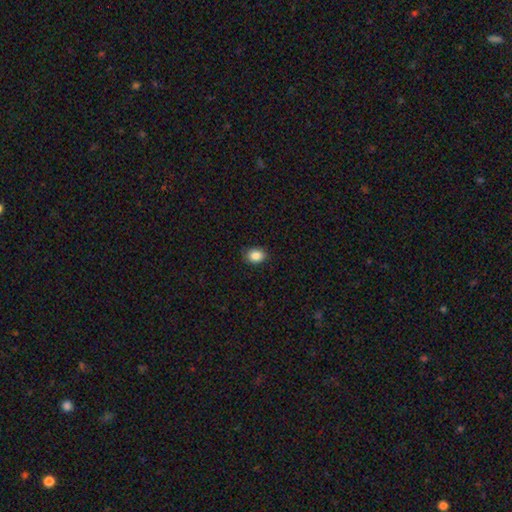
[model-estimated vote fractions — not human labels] Morphology: type=smooth (86%); roundness=in between (55%); merging=none (87%).